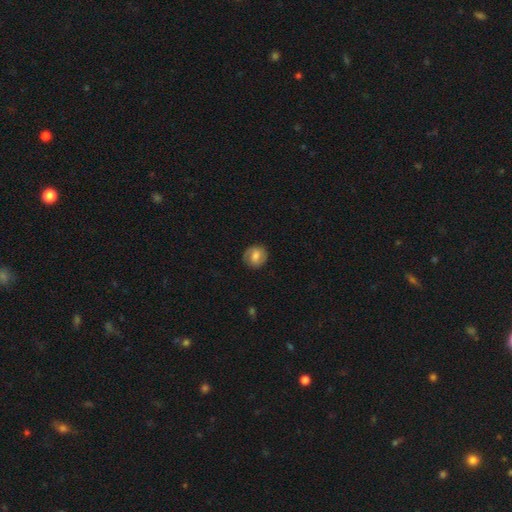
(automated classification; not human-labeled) Q: Smooth or featured?
A: smooth (56%); runner-up: featured or disk (36%)
Q: How rounded?
A: round (79%); runner-up: in between (20%)
Q: Merging?
A: none (83%); runner-up: minor disturbance (12%)